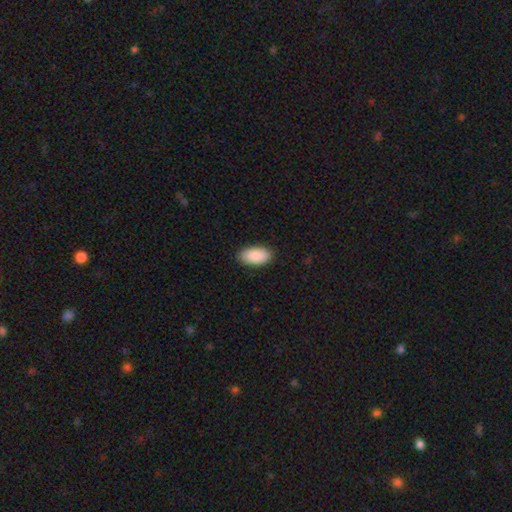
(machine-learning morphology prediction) Smooth or featured: smooth — 91% (star or artifact — 6%)
How rounded: in between — 95% (cigar-shaped — 3%)
Merging: none — 89% (minor disturbance — 9%)